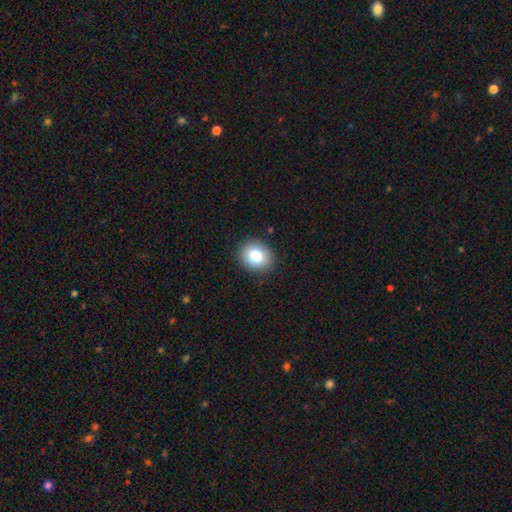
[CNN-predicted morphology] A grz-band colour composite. It shows a smooth galaxy with no disk features (83%) that is round (58%). Merging: none (89%).